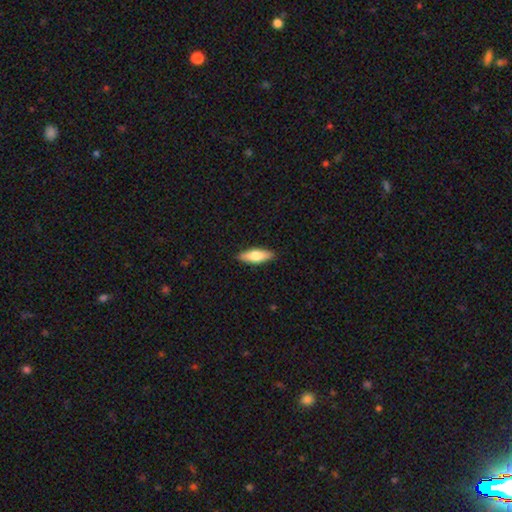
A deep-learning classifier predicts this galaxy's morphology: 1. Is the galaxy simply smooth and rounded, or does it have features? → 71% smooth, 23% featured or disk, 5% star or artifact.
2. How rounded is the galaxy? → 63% in between, 35% cigar-shaped, 2% round.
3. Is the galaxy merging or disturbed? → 89% none, 9% minor disturbance, 2% major disturbance, 1% merger.